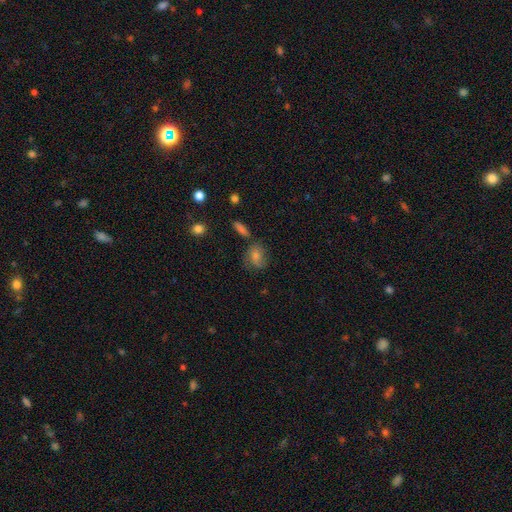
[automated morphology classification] Q: Smooth or featured?
A: smooth (49%); runner-up: featured or disk (33%)
Q: Merging?
A: none (66%); runner-up: minor disturbance (19%)